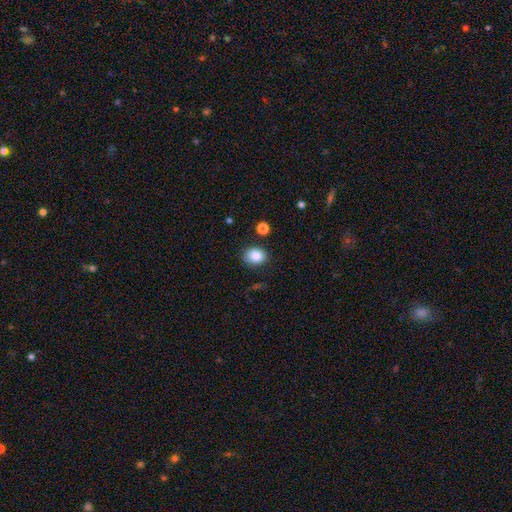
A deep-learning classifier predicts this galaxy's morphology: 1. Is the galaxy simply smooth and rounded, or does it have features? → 85% smooth, 9% star or artifact, 6% featured or disk.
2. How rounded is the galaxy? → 50% in between, 49% round, 1% cigar-shaped.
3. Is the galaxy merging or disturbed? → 81% none, 13% minor disturbance, 3% major disturbance, 3% merger.